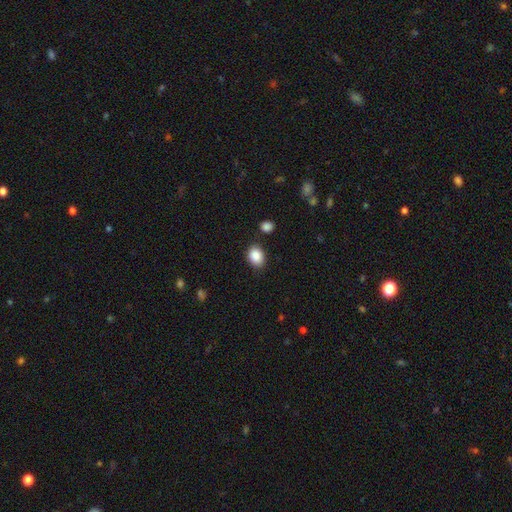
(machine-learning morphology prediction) type=smooth (88%); roundness=in between (63%); merging=none (80%).